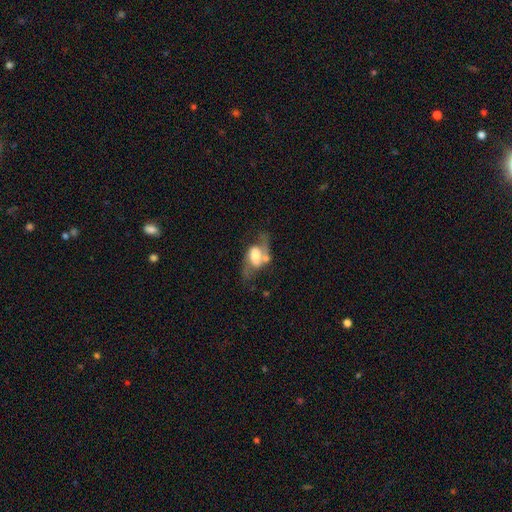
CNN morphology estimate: Smooth or featured?
  - featured or disk: 68% *
  - smooth: 25%
  - star or artifact: 7%
Edge-on disk?
  - no: 94% *
  - yes: 6%
Bar?
  - weak: 39% *
  - no: 38%
  - strong: 24%
Spiral arms?
  - yes: 82% *
  - no: 18%
Spiral winding?
  - loose: 55% *
  - medium: 36%
  - tight: 10%
Spiral arm count?
  - 2: 85% *
  - 1: 7%
  - can't tell: 6%
  - 3: 1%
  - 4: 1%
  - more than 4: 1%
Bulge size?
  - moderate: 43% *
  - large: 31%
  - small: 16%
  - dominant: 5%
  - none: 4%
Merging?
  - none: 41% *
  - merger: 23%
  - minor disturbance: 18%
  - major disturbance: 18%